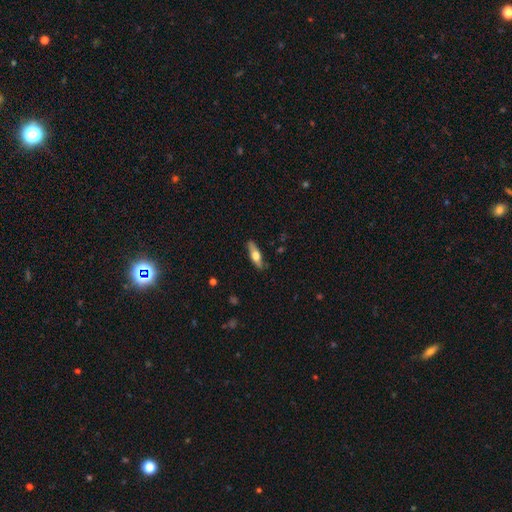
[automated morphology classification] Smooth or featured? Predicted: smooth (p=0.51). How rounded? Predicted: cigar-shaped (p=0.53). Merging? Predicted: none (p=0.84).